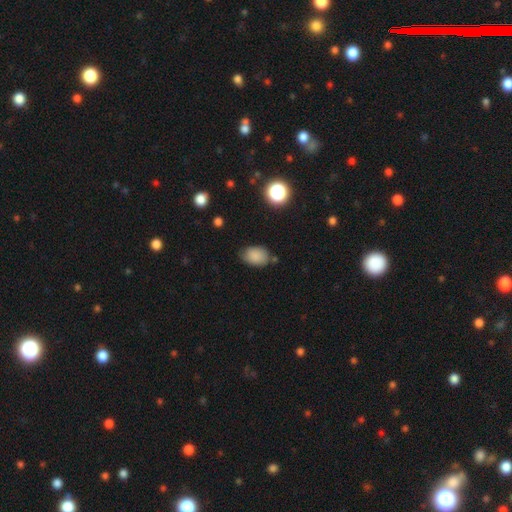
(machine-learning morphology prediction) Smooth or featured: smooth — 85% (star or artifact — 10%)
How rounded: in between — 82% (round — 17%)
Merging: none — 71% (minor disturbance — 21%)